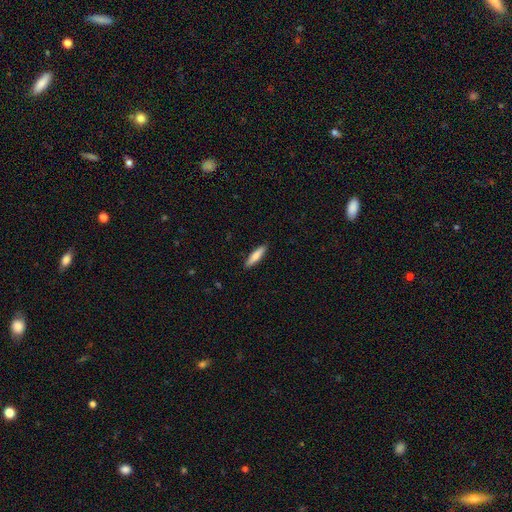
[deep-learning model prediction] smooth 75%, featured or disk 20%, star or artifact 6%. Down the decision tree: how rounded — cigar-shaped (78%); merging — none (90%).